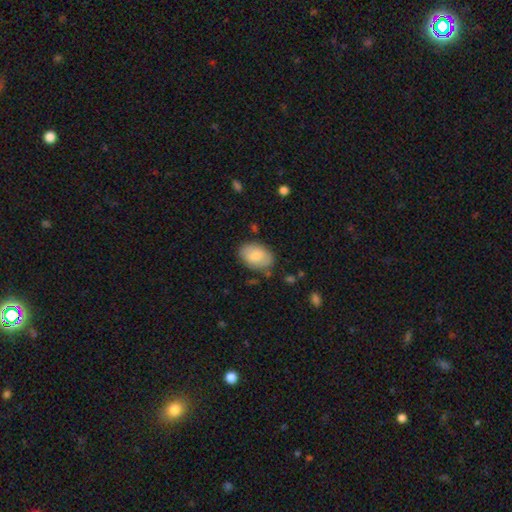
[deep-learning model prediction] Smooth or featured? smooth (81%)
How rounded? in between (87%)
Merging? none (78%)